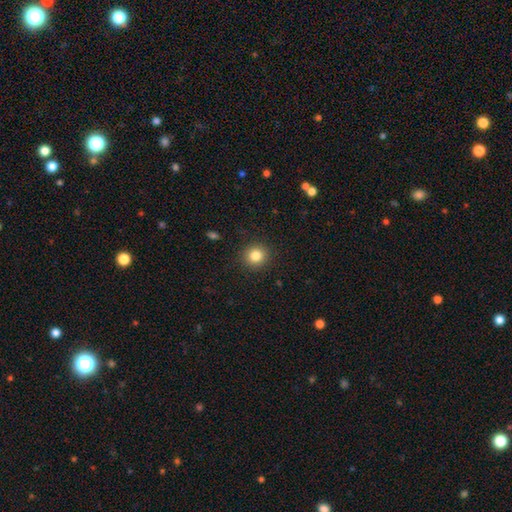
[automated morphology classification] Smooth or featured: smooth — 84% (star or artifact — 11%)
How rounded: round — 91% (in between — 9%)
Merging: none — 91% (minor disturbance — 6%)